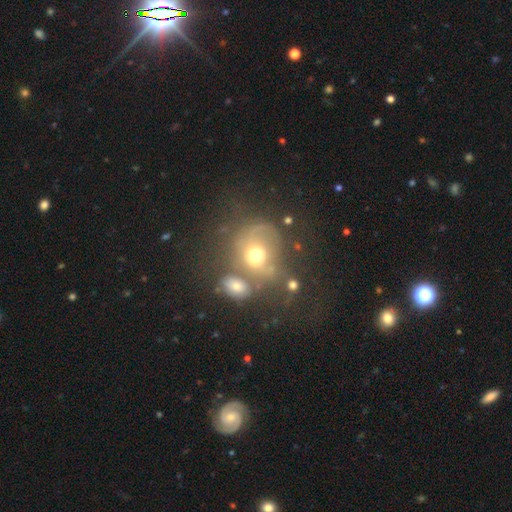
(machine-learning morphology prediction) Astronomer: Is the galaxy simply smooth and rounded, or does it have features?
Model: smooth — 51% (runner-up: featured or disk, 36%).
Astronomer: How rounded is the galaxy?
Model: round — 68%.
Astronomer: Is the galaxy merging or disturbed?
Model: merger — 35% (runner-up: none, 31%).